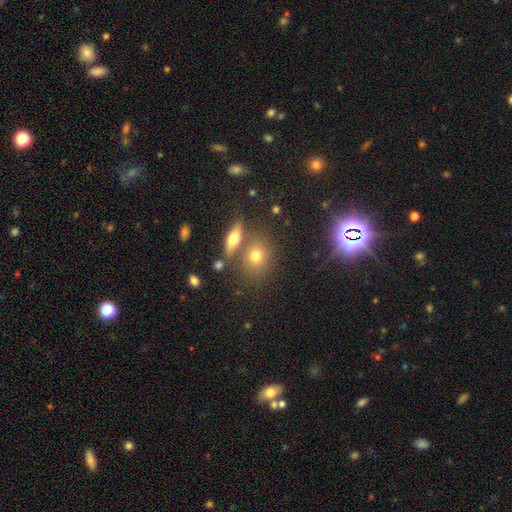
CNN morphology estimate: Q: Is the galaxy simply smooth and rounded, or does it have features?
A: smooth — 69%.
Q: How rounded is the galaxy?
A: round — 48%.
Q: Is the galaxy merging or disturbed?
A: none — 63%.